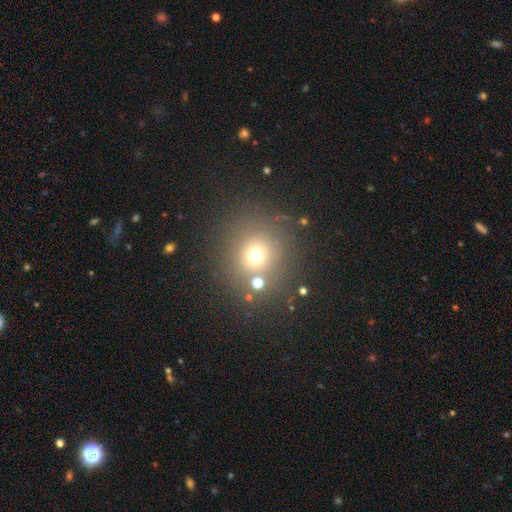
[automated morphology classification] Q: Smooth or featured?
A: smooth (66%); runner-up: star or artifact (23%)
Q: How rounded?
A: round (89%); runner-up: in between (10%)
Q: Merging?
A: none (75%); runner-up: minor disturbance (10%)